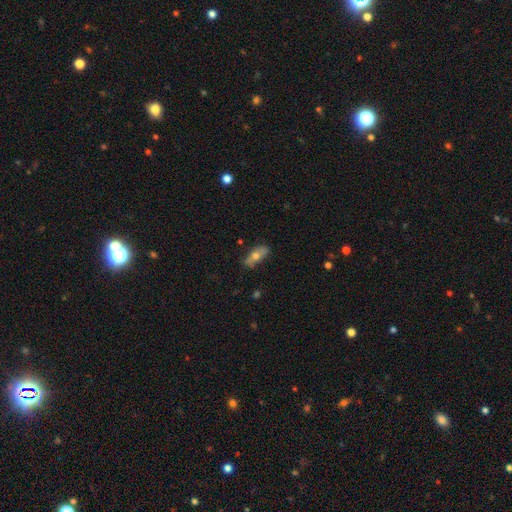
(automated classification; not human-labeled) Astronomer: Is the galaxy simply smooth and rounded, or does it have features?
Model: smooth — 54% (runner-up: featured or disk, 39%).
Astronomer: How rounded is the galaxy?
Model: in between — 63%.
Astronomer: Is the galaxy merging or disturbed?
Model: none — 75%.